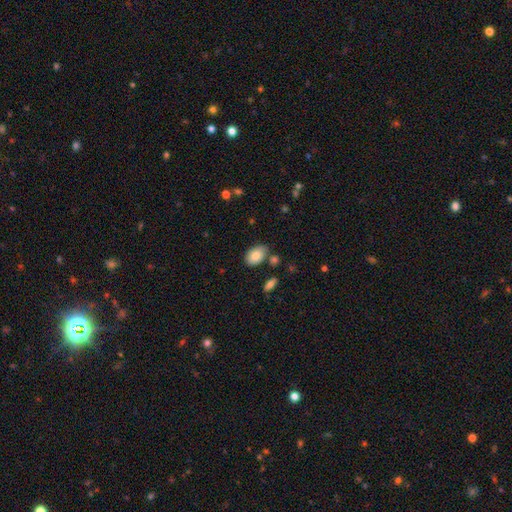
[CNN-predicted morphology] smooth_or_featured: smooth (p=0.83) [alt: featured or disk p=0.10]
how_rounded: in between (p=0.89) [alt: round p=0.10]
merging: none (p=0.70) [alt: minor disturbance p=0.18]